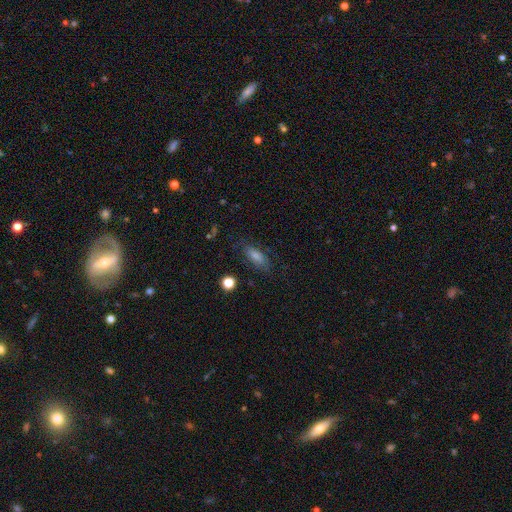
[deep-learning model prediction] Overall: smooth (54%; featured or disk 28%). How rounded: in between (63%; cigar-shaped 32%). Merging: none (77%).